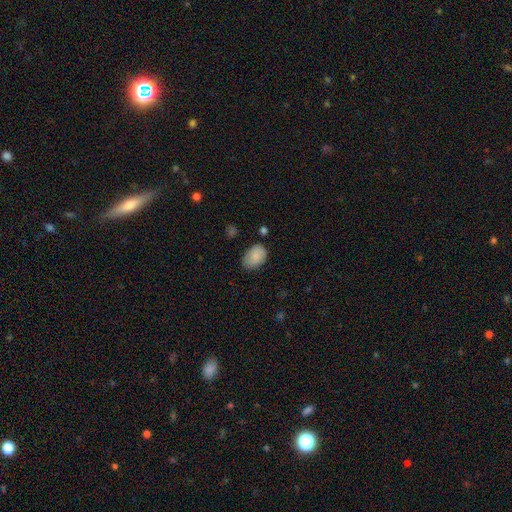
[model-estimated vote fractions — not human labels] A smooth galaxy with no disk features (85%) that is in between round and cigar-shaped (86%).

Vote fractions:
- Smooth or featured? smooth: 85% / featured or disk: 8% / star or artifact: 7%
- How rounded? in between: 86% / round: 13% / cigar-shaped: 1%
- Merging? none: 72% / minor disturbance: 21% / major disturbance: 4% / merger: 3%